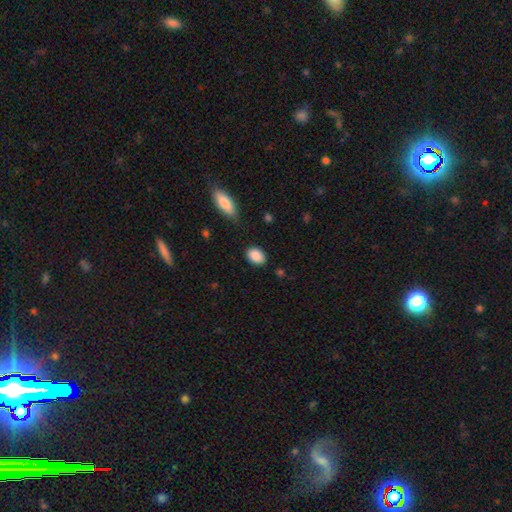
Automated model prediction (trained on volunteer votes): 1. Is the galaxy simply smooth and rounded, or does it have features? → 89% smooth, 7% star or artifact, 4% featured or disk.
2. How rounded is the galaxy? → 80% in between, 19% round, 1% cigar-shaped.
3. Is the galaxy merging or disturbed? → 84% none, 12% minor disturbance, 3% major disturbance, 2% merger.